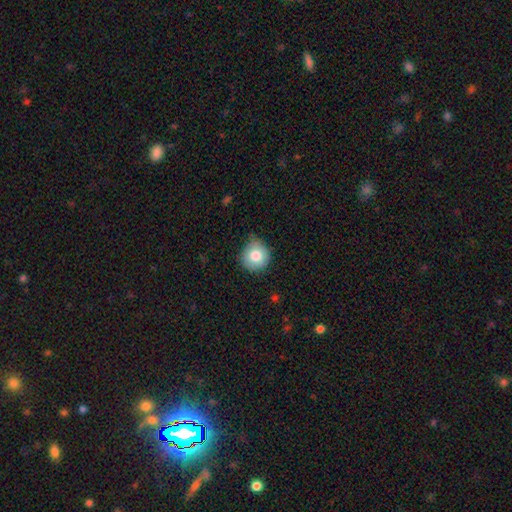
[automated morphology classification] The model was most divided on "merging": none: 73%, minor disturbance: 22%, major disturbance: 4%, merger: 1%. More confident: how rounded — round (91%); smooth or featured — smooth (81%).